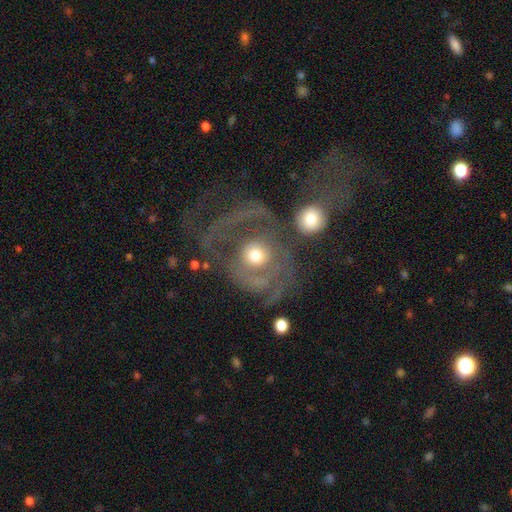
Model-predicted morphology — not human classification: A featured or disk galaxy (70%) with no bar (78%), spiral arms (72%) and a moderate central bulge (62%). Merging: major disturbance (37%).